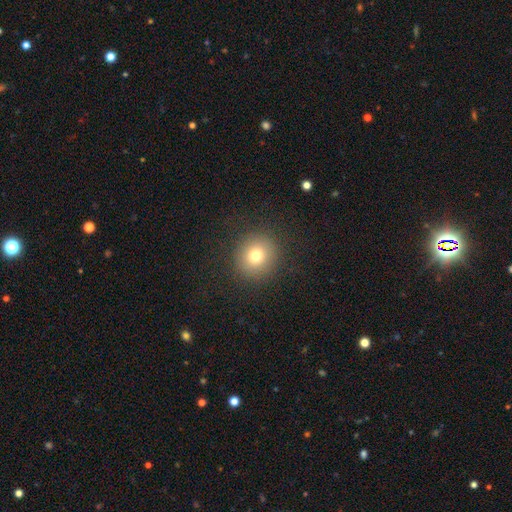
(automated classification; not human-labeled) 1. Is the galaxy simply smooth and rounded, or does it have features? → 75% smooth, 14% star or artifact, 11% featured or disk.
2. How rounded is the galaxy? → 91% round, 8% in between, 1% cigar-shaped.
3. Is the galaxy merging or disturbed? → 90% none, 6% minor disturbance, 3% major disturbance, 1% merger.